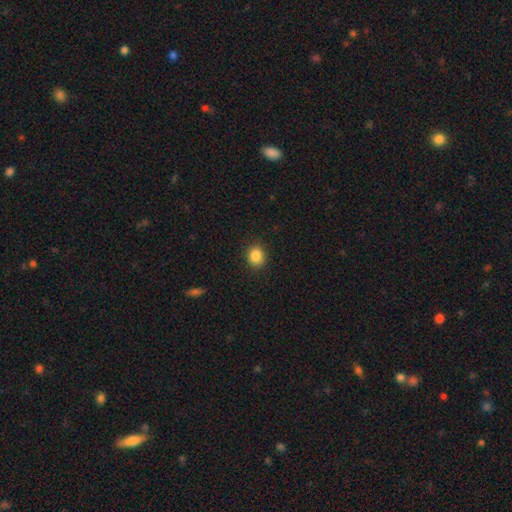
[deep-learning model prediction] This appears to be a smooth galaxy with no disk features (86%) that is round (71%). Merging: none (89%).